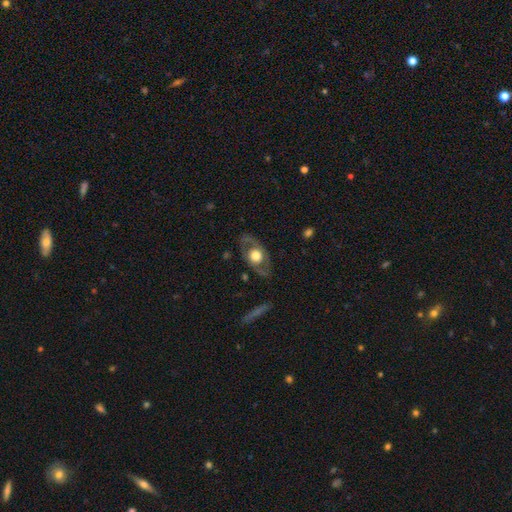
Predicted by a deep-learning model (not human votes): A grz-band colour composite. It shows a featured or disk galaxy (62%) with no bar (87%), no spiral arms (64%) and a large central bulge (53%). Merging: none (77%).